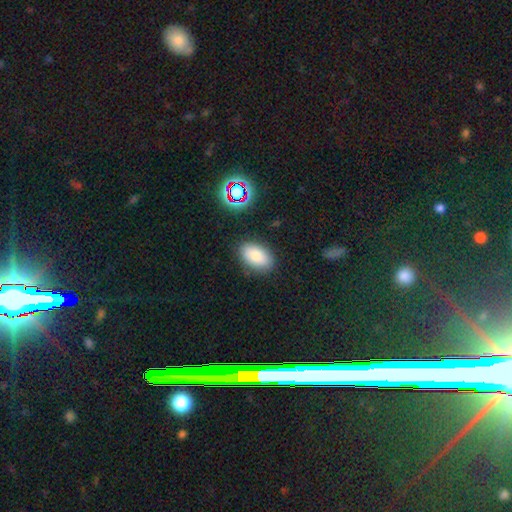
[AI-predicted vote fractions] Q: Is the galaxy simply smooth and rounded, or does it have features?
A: smooth — 80%.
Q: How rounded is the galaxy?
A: in between — 91%.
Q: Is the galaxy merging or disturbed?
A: none — 84%.